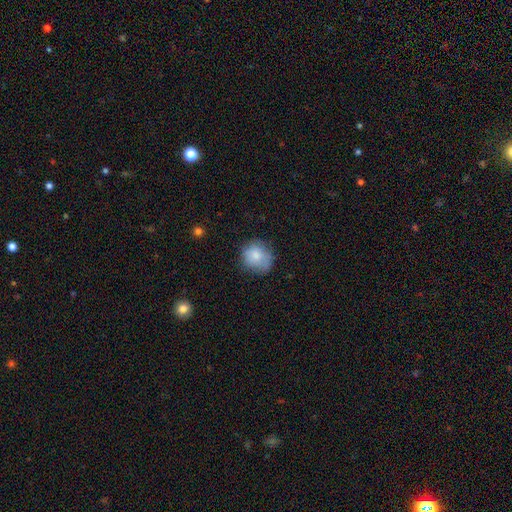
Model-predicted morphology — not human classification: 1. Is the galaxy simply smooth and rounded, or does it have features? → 77% smooth, 14% featured or disk, 8% star or artifact.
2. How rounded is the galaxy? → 80% round, 19% in between, 1% cigar-shaped.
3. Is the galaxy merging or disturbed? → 63% none, 27% minor disturbance, 9% major disturbance, 2% merger.